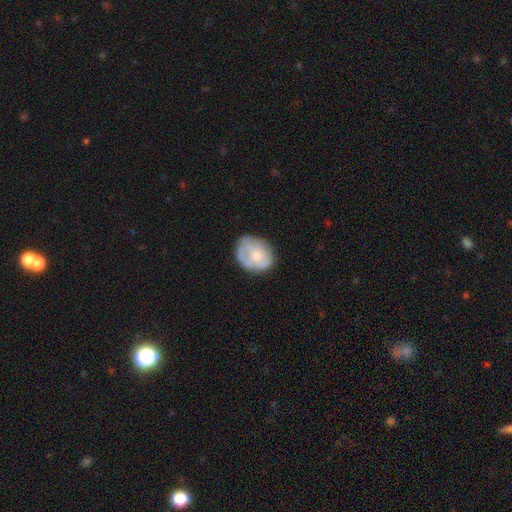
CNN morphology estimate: smooth-or-featured: smooth: 50% | featured or disk: 43% | star or artifact: 6%
  how-rounded: round: 51% | in between: 48% | cigar-shaped: 1%
  merging: none: 65% | minor disturbance: 24% | major disturbance: 9% | merger: 2%